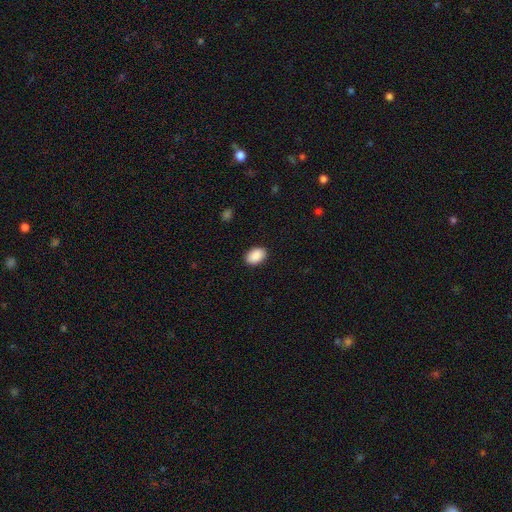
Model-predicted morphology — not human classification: This is clearly a smooth galaxy (91%). How rounded: clearly in between (87%). Merging: clearly none (90%).